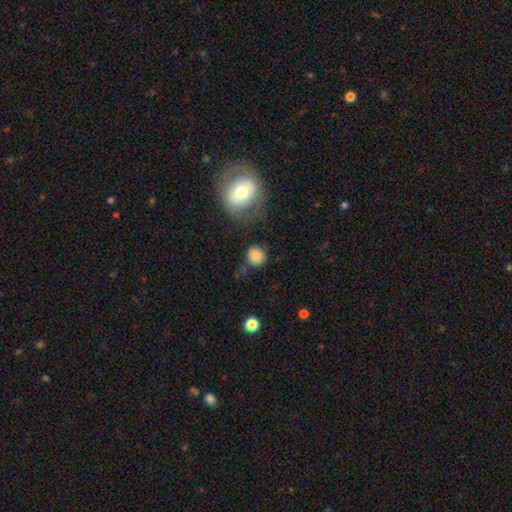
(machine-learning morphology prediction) A smooth galaxy with no disk features (84%) that is round (88%).

Vote fractions:
- Smooth or featured? smooth: 84% / star or artifact: 10% / featured or disk: 6%
- How rounded? round: 88% / in between: 11% / cigar-shaped: 1%
- Merging? none: 77% / minor disturbance: 12% / major disturbance: 6% / merger: 5%